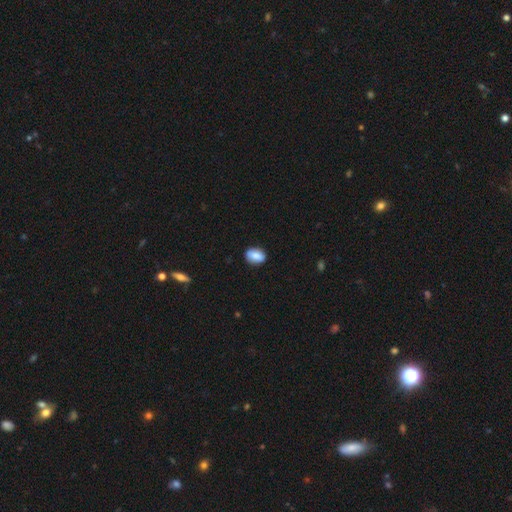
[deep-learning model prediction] Overall: smooth (82%). How rounded: in between (78%). Merging: none (86%).